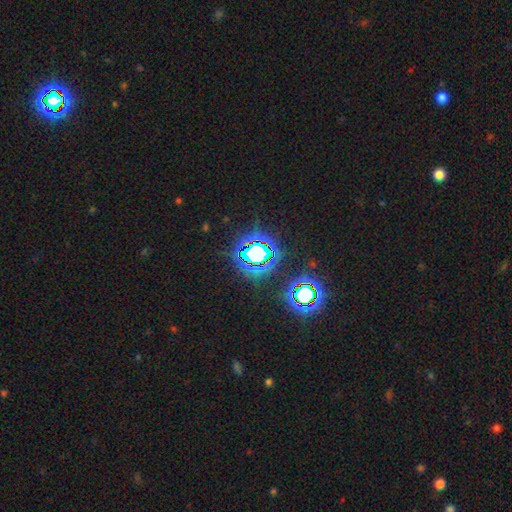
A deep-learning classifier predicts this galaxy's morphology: This appears to be a star or artifact, not a galaxy (71%).